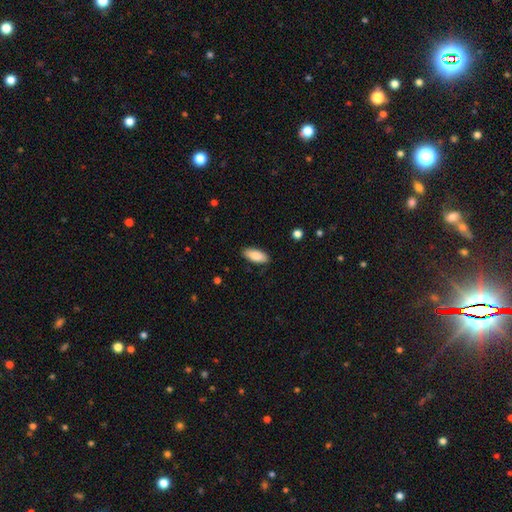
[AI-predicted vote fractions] Overall: smooth (87%). How rounded: in between (83%). Merging: none (87%).